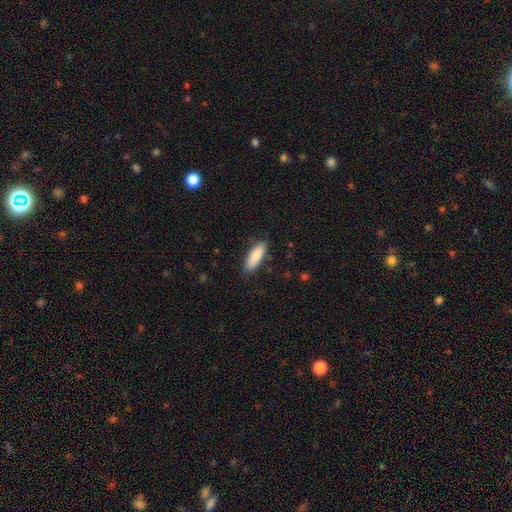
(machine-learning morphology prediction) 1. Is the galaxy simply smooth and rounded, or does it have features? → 85% smooth, 9% featured or disk, 6% star or artifact.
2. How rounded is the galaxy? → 62% in between, 36% cigar-shaped, 2% round.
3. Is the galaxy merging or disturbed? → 83% none, 13% minor disturbance, 3% major disturbance, 1% merger.